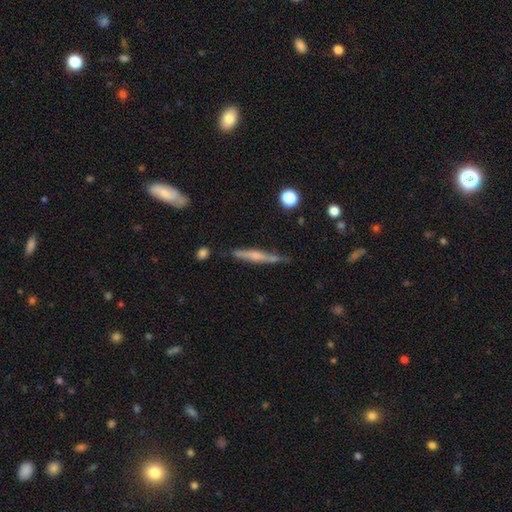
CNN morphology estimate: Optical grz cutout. It shows a featured or disk galaxy (58%) viewed edge-on (94%) with a rounded central bulge (59%). Merging: none (73%).